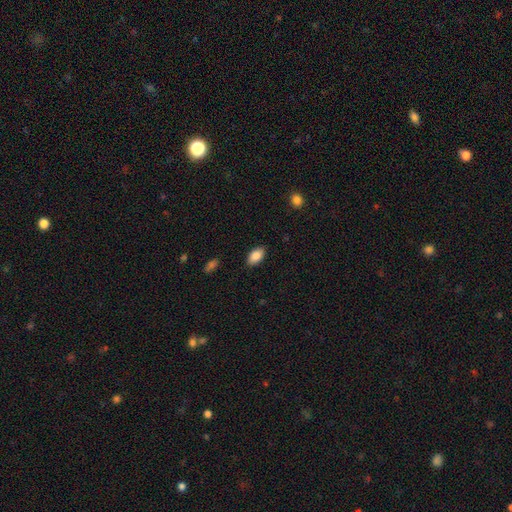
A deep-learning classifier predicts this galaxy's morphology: Smooth or featured? smooth (87%)
How rounded? in between (93%)
Merging? none (87%)